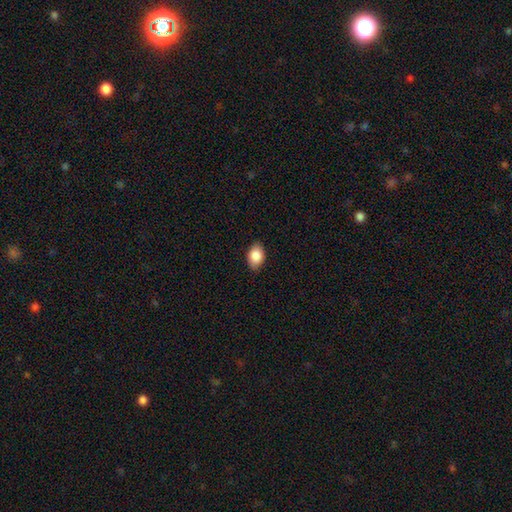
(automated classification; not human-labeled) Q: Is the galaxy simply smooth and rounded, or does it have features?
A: smooth — 87%.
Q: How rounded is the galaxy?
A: in between — 86%.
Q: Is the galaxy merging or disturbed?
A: none — 86%.